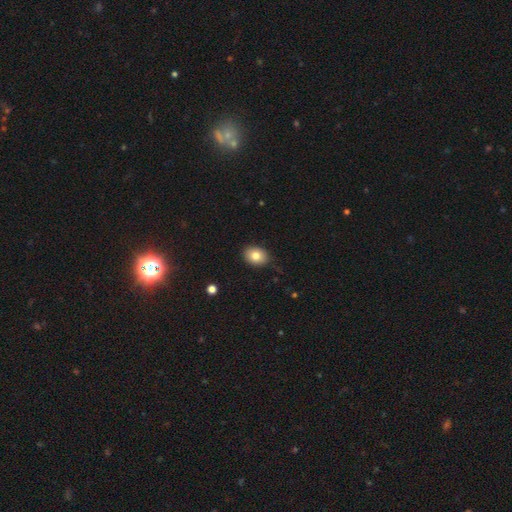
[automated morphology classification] The model was most divided on "how rounded": in between: 63%, round: 36%, cigar-shaped: 1%. More confident: merging — none (85%); smooth or featured — smooth (81%).